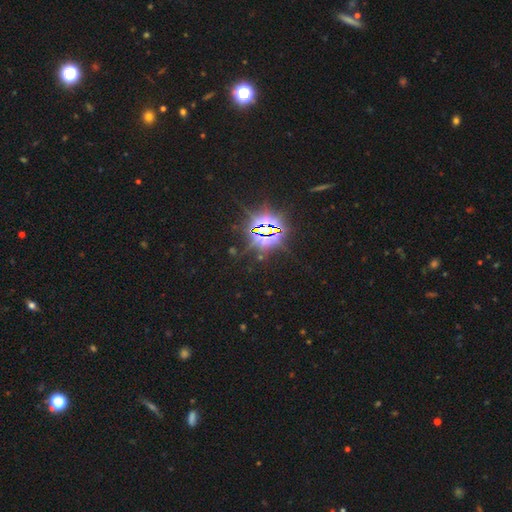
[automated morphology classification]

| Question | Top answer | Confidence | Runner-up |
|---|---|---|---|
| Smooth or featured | star or artifact | 84% | smooth (10%) |